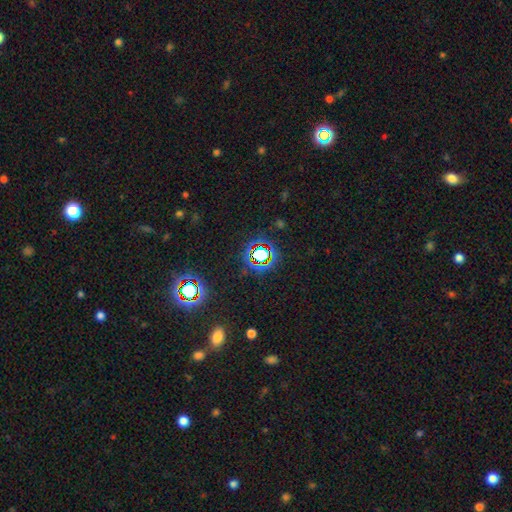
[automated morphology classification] A star or artifact, not a galaxy (77%).